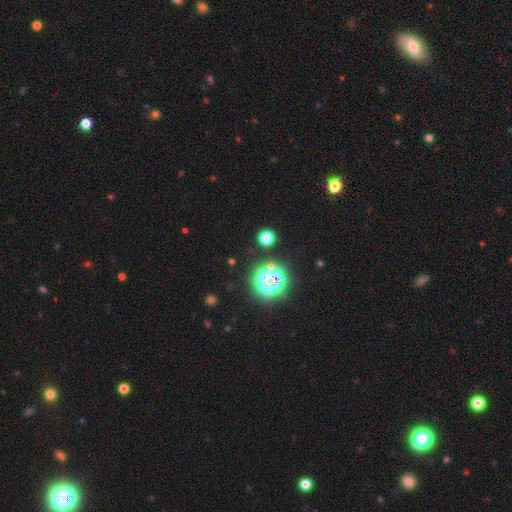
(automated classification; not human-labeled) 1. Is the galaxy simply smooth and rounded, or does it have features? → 76% star or artifact, 19% smooth, 5% featured or disk.